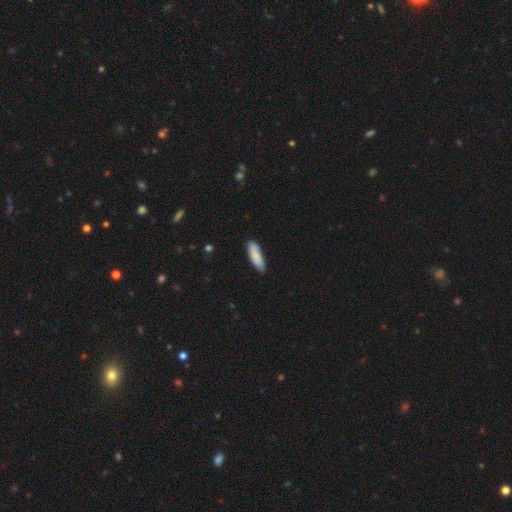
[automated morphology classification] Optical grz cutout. It shows a smooth galaxy with no disk features (85%) that is cigar-shaped (54%). Merging: none (85%).